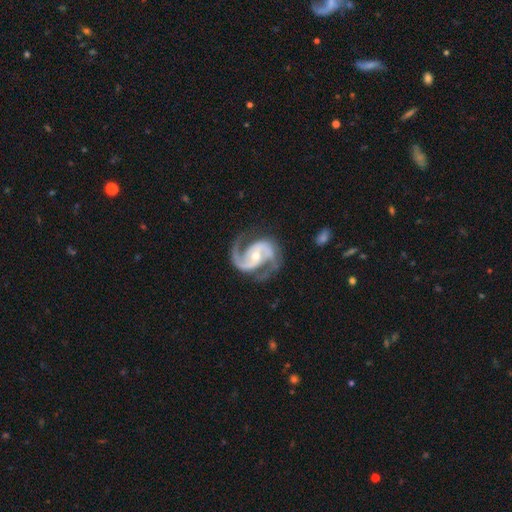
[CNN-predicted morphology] The model was most divided on "bar" (2-way tie): no: 38%, weak: 38%, strong: 25%. More confident: spiral arms — yes (98%); edge-on disk — no (98%); smooth or featured — featured or disk (93%); spiral arm count — 2 (92%); merging — none (75%); spiral winding — medium (62%); bulge size — moderate (60%).